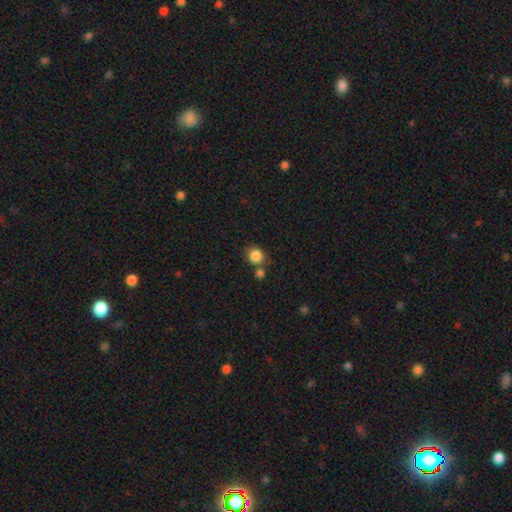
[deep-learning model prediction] smooth_or_featured: smooth (p=0.85) [alt: star or artifact p=0.10]
how_rounded: round (p=0.84) [alt: in between p=0.15]
merging: none (p=0.63) [alt: merger p=0.21]